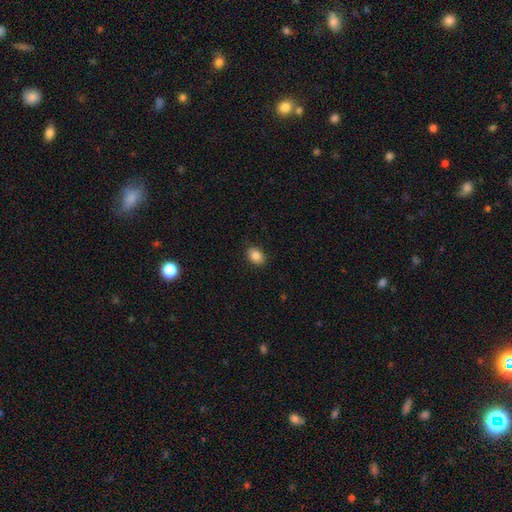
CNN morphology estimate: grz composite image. It shows a smooth galaxy with no disk features (86%) that is in between round and cigar-shaped (67%). Merging: none (88%).